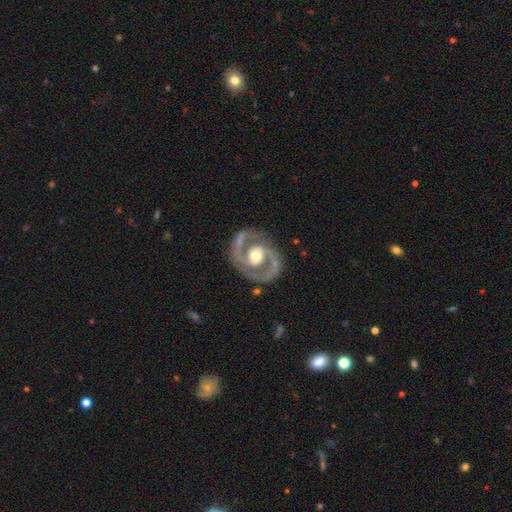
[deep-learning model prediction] A featured or disk galaxy (90%) with no bar (55%), 2 (92%) medium (54%) spiral arms (94%) and a moderate central bulge (72%).

Vote fractions:
- Smooth or featured? featured or disk: 90% / smooth: 6% / star or artifact: 4%
- Edge-on disk? no: 98% / yes: 2%
- Bar? no: 55% / weak: 30% / strong: 15%
- Spiral arms? yes: 94% / no: 6%
- Spiral winding? medium: 54% / tight: 36% / loose: 11%
- Spiral arm count? 2: 92% / can't tell: 2% / 1: 2% / 3: 2% / 4: 1% / more than 4: 1%
- Bulge size? moderate: 72% / small: 13% / large: 12% / dominant: 1% / none: 1%
- Merging? none: 82% / minor disturbance: 11% / major disturbance: 5% / merger: 2%